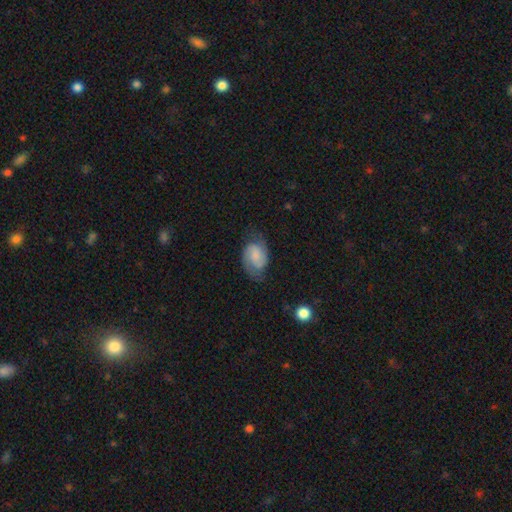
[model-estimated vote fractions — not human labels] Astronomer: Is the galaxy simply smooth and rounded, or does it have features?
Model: featured or disk — 53% (runner-up: smooth, 39%).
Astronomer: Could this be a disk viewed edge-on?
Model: no — 97%.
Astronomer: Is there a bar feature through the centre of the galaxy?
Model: no — 56% (runner-up: weak, 37%).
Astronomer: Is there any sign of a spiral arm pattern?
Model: yes — 89%.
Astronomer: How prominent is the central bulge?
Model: none — 39% (runner-up: small, 25%).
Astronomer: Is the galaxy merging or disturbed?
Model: none — 63%.